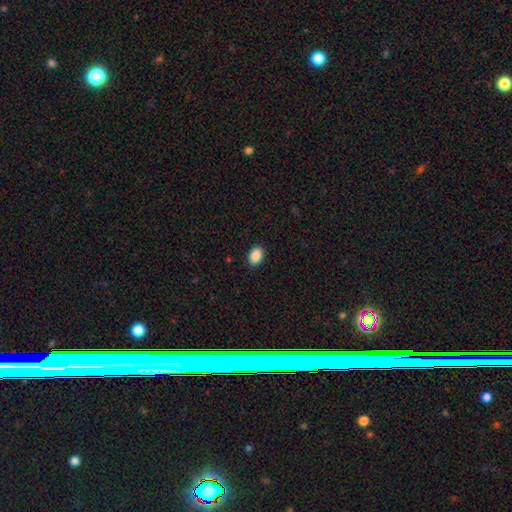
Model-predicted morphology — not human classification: A smooth galaxy with no disk features (89%) that is in between round and cigar-shaped (81%).

Vote fractions:
- Smooth or featured? smooth: 89% / star or artifact: 8% / featured or disk: 3%
- How rounded? in between: 81% / round: 18% / cigar-shaped: 1%
- Merging? none: 90% / minor disturbance: 7% / major disturbance: 2% / merger: 1%